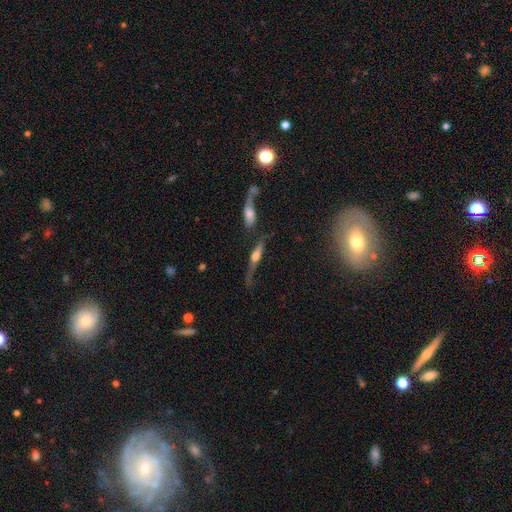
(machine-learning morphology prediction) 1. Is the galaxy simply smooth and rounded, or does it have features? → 68% featured or disk, 23% smooth, 9% star or artifact.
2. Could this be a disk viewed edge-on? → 88% yes, 12% no.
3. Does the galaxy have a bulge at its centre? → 84% rounded, 11% boxy, 5% none.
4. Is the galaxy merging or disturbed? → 44% none, 22% merger, 20% minor disturbance, 15% major disturbance.